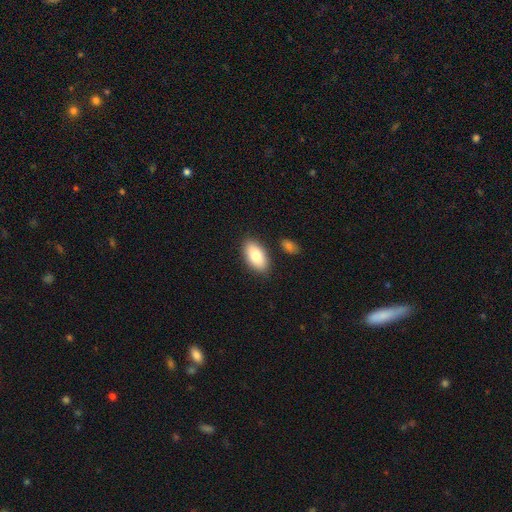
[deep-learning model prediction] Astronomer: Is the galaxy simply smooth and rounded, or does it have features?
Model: smooth — 81%.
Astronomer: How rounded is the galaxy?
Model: in between — 94%.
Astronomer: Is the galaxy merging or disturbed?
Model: none — 85%.